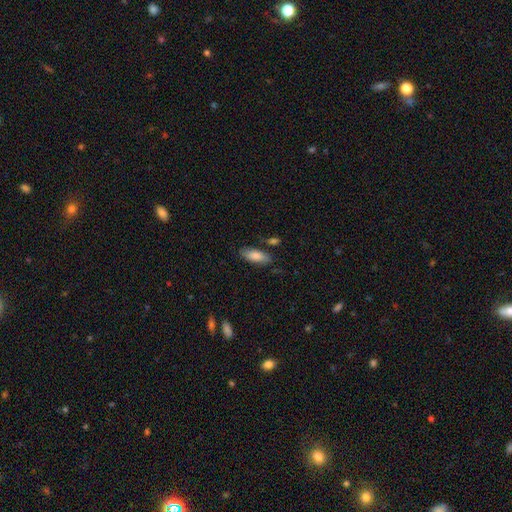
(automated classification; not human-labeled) Smooth or featured? Predicted: smooth (p=0.81). How rounded? Predicted: in between (p=0.72). Merging? Predicted: none (p=0.76).